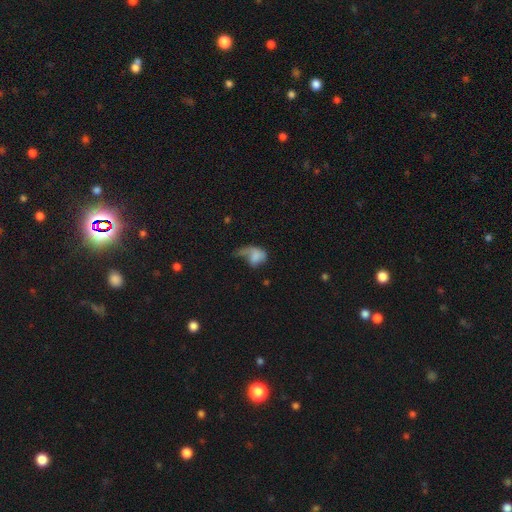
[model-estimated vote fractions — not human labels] smooth 56%, featured or disk 33%, star or artifact 10%. Down the decision tree: how rounded — in between (74%); merging — major disturbance (57%).